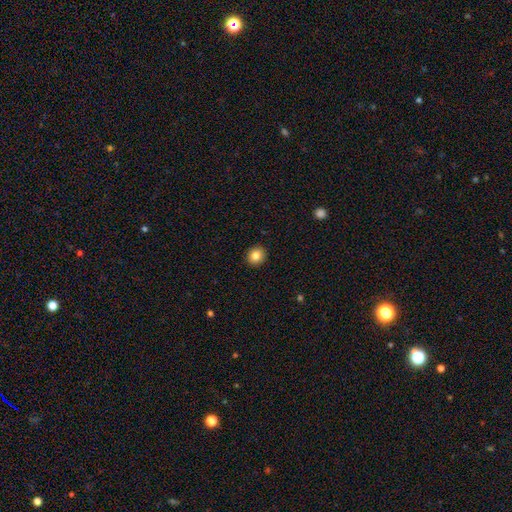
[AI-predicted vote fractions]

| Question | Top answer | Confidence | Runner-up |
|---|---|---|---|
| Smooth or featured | smooth | 83% | star or artifact (10%) |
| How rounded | round | 84% | in between (15%) |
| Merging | none | 92% | minor disturbance (6%) |